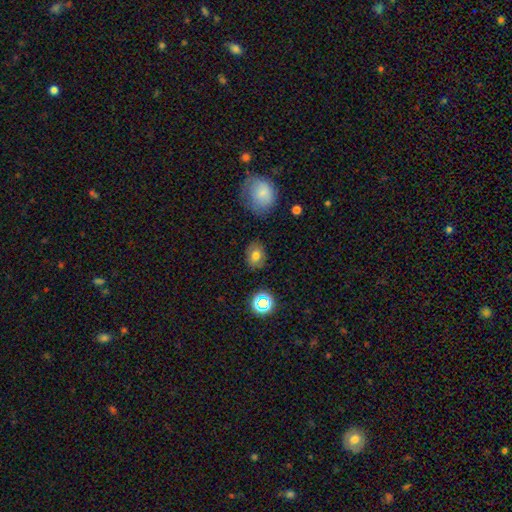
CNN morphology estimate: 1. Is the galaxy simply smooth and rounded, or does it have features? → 73% smooth, 13% featured or disk, 13% star or artifact.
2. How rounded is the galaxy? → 56% in between, 43% round, 1% cigar-shaped.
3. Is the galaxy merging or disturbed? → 81% none, 13% minor disturbance, 4% major disturbance, 2% merger.